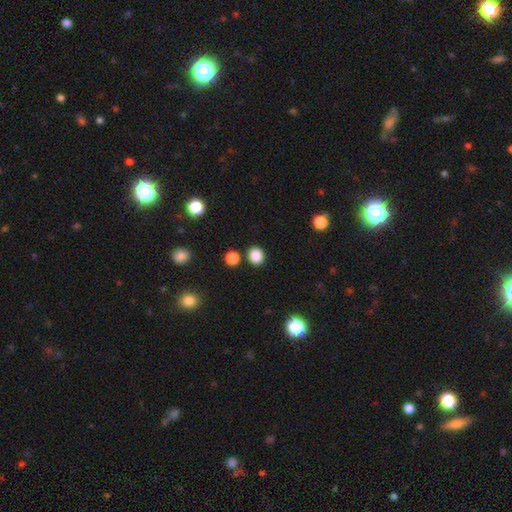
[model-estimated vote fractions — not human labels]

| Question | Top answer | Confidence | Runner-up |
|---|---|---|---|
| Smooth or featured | smooth | 86% | star or artifact (11%) |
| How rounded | round | 75% | in between (24%) |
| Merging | none | 85% | minor disturbance (7%) |